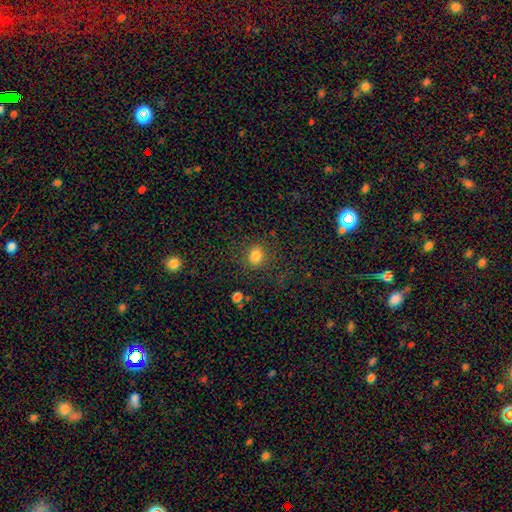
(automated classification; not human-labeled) The model was most divided on "how rounded": round: 61%, in between: 38%, cigar-shaped: 1%. More confident: smooth or featured — smooth (82%); merging — none (82%).